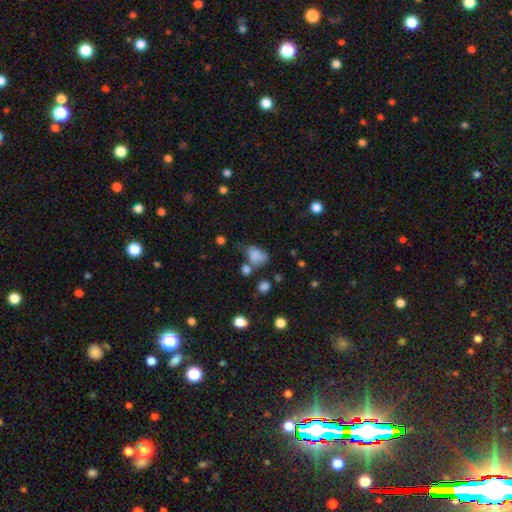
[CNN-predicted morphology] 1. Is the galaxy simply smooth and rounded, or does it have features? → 78% smooth, 11% star or artifact, 11% featured or disk.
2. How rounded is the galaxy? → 80% in between, 18% round, 2% cigar-shaped.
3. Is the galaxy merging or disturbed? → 34% none, 31% minor disturbance, 17% major disturbance, 17% merger.